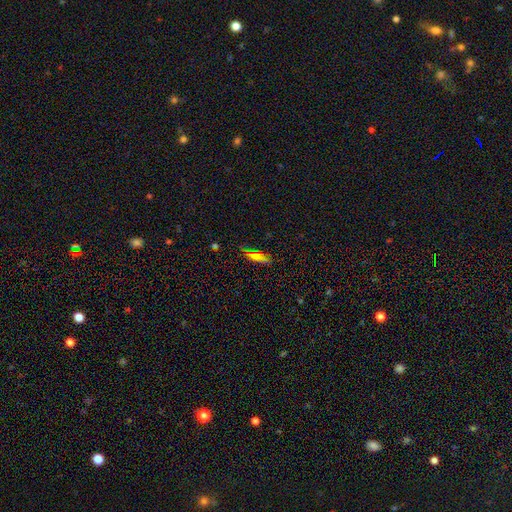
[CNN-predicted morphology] Overall: smooth (67%). How rounded: in between (52%; cigar-shaped 45%). Merging: none (73%).